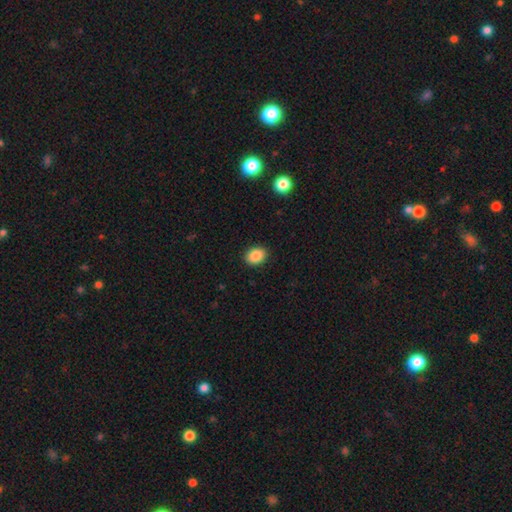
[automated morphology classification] smooth_or_featured: smooth (p=0.88) [alt: star or artifact p=0.09]
how_rounded: in between (p=0.63) [alt: round p=0.36]
merging: none (p=0.90) [alt: minor disturbance p=0.07]